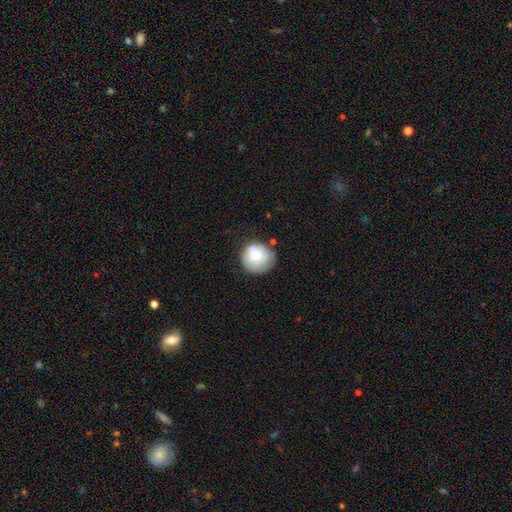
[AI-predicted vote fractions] This is likely a smooth galaxy (75%). How rounded: clearly round (90%). Merging: likely none (67%).